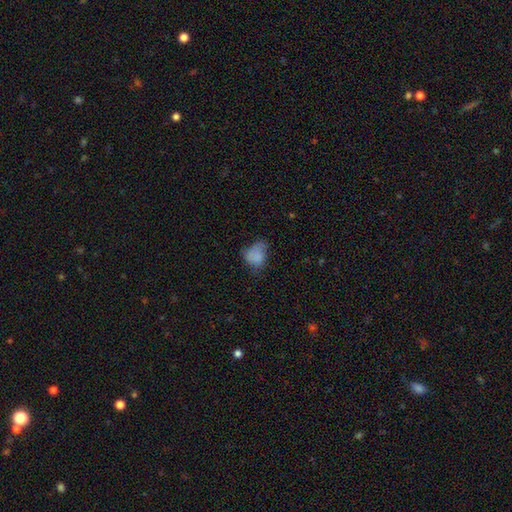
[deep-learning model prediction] This appears to be a smooth galaxy with no disk features (73%) that is in between round and cigar-shaped (74%). Merging: minor disturbance (36%).